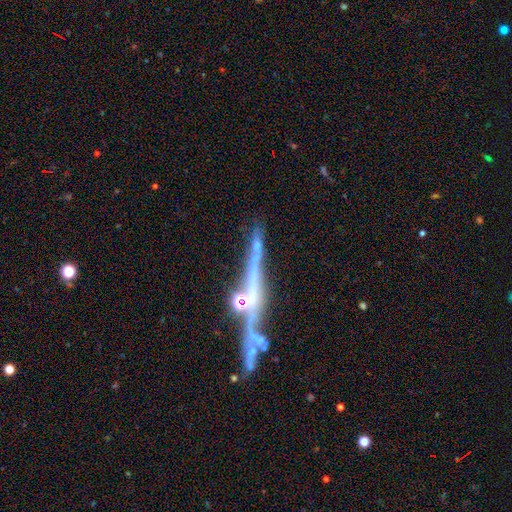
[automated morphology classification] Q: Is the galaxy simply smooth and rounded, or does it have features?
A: featured or disk — 59%.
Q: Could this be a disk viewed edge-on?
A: yes — 82%.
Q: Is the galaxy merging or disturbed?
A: none — 47%.